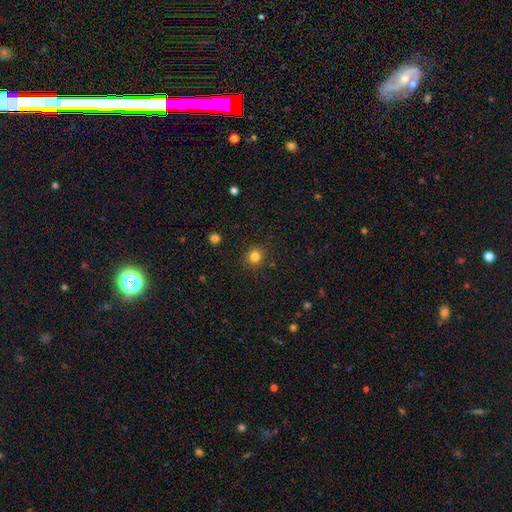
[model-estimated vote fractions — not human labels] Smooth or featured? smooth (82%)
How rounded? round (93%)
Merging? none (91%)